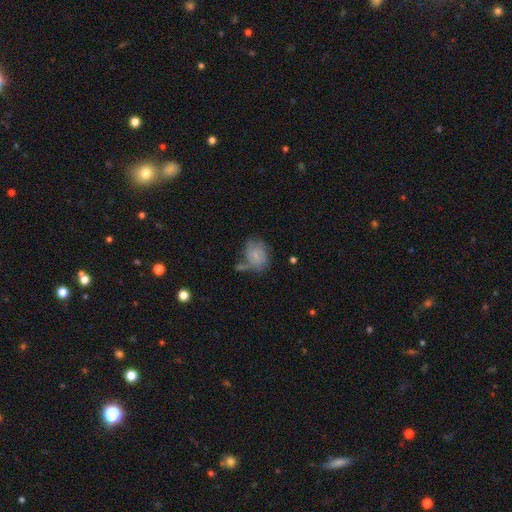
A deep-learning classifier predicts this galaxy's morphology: This appears to be a smooth galaxy with no disk features (53%) that is in between round and cigar-shaped (54%). Merging: none (39%).